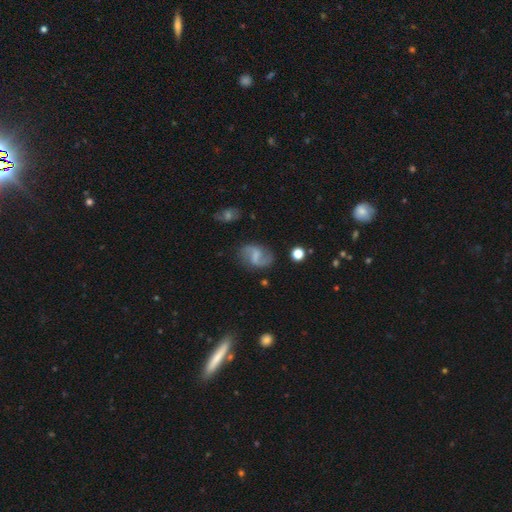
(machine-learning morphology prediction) type=featured or disk (74%); edge-on=no (97%); bar=weak (51%); spiral arms=yes (92%); winding=loose (61%); arm count=2 (90%); bulge=none (50%); merging=none (78%).